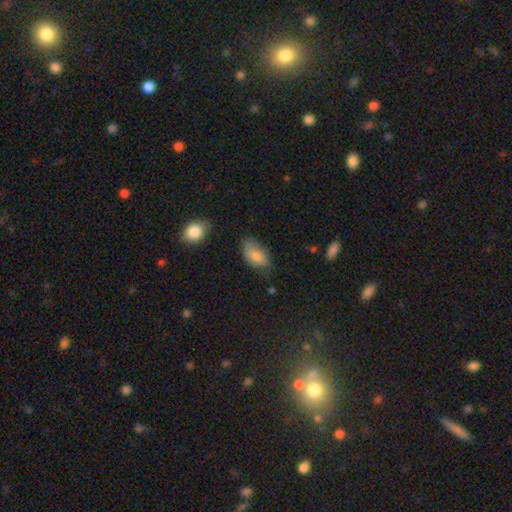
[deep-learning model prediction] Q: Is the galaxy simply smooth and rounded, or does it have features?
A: smooth — 82%.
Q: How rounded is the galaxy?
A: in between — 92%.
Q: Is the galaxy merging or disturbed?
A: none — 57%.